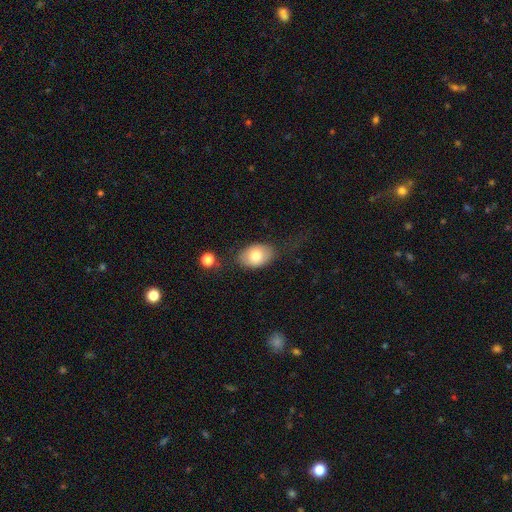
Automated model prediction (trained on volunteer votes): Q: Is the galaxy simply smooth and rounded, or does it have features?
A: smooth — 76%.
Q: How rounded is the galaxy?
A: in between — 82%.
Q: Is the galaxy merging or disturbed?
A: none — 71%.